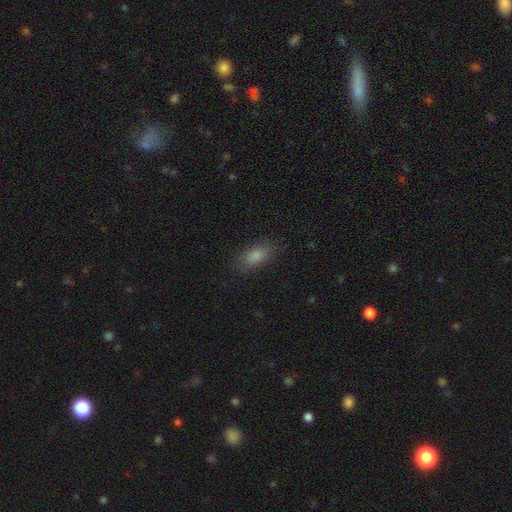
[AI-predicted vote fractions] smooth-or-featured: smooth: 84% | star or artifact: 9% | featured or disk: 7%
  how-rounded: in between: 84% | cigar-shaped: 12% | round: 4%
  merging: none: 84% | minor disturbance: 11% | major disturbance: 3% | merger: 1%